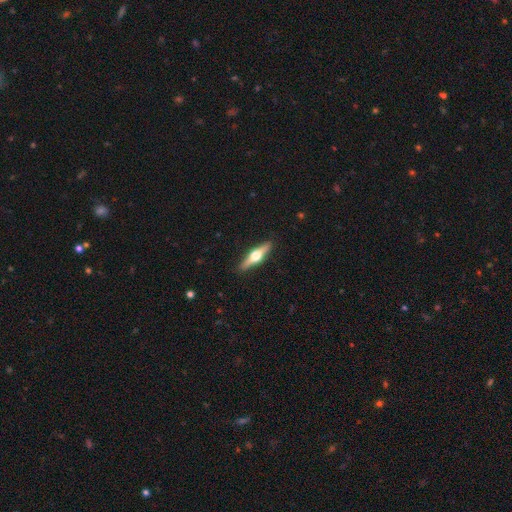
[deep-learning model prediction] Morphology: type=featured or disk (67%); edge-on=yes (97%); edge-on bulge=rounded (96%); merging=none (91%).